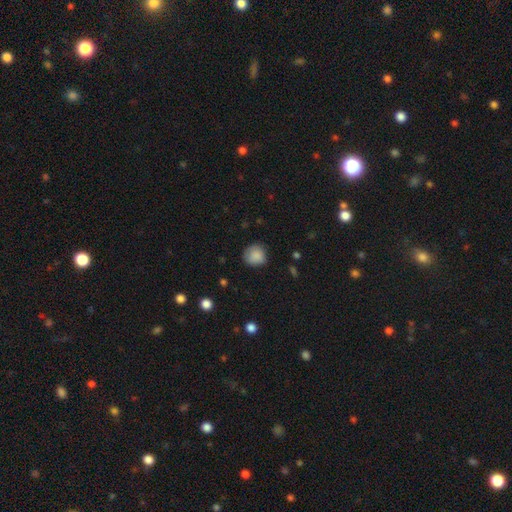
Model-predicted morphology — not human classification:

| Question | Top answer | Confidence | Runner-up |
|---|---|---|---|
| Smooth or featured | smooth | 86% | star or artifact (9%) |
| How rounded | round | 87% | in between (12%) |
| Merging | none | 76% | minor disturbance (18%) |